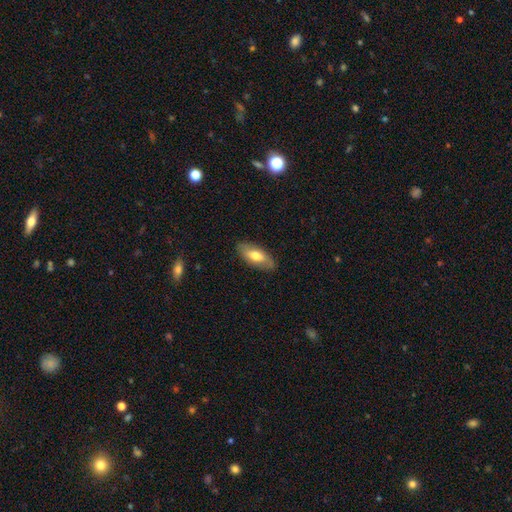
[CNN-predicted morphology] Q: Smooth or featured?
A: smooth (66%); runner-up: featured or disk (28%)
Q: How rounded?
A: in between (83%); runner-up: cigar-shaped (14%)
Q: Merging?
A: none (84%); runner-up: minor disturbance (13%)